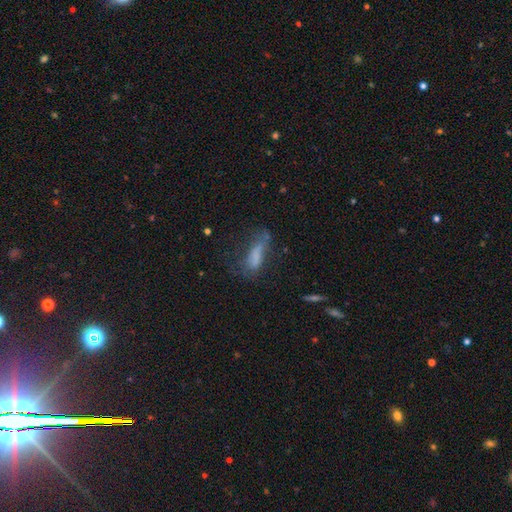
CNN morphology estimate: type=smooth (58%); roundness=in between (54%); merging=major disturbance (35%).